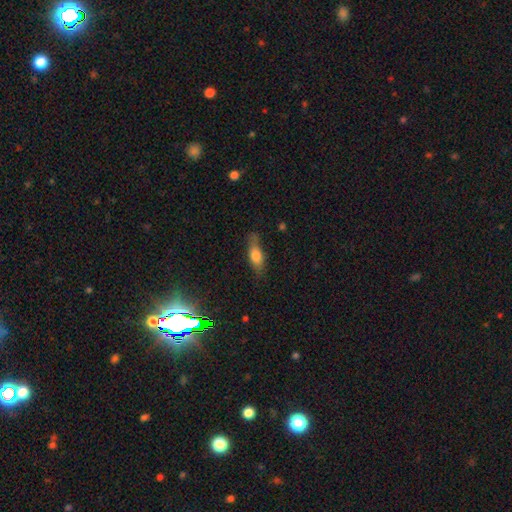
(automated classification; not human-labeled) This appears to be a smooth galaxy with no disk features (66%) that is in between round and cigar-shaped (62%). Merging: none (67%).